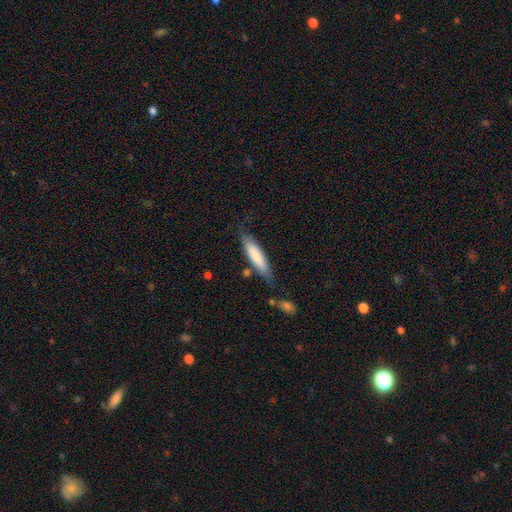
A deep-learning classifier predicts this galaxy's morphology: Smooth or featured?
  - smooth: 79% *
  - featured or disk: 16%
  - star or artifact: 6%
How rounded?
  - cigar-shaped: 72% *
  - in between: 27%
  - round: 1%
Merging?
  - none: 72% *
  - minor disturbance: 19%
  - major disturbance: 5%
  - merger: 5%